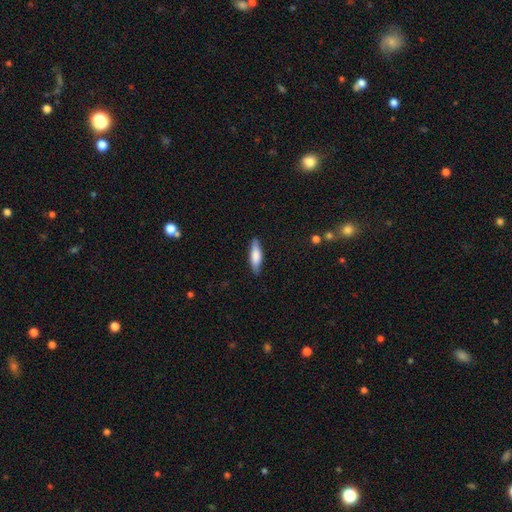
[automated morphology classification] Smooth or featured? Predicted: smooth (p=0.74). How rounded? Predicted: cigar-shaped (p=0.56). Merging? Predicted: none (p=0.85).